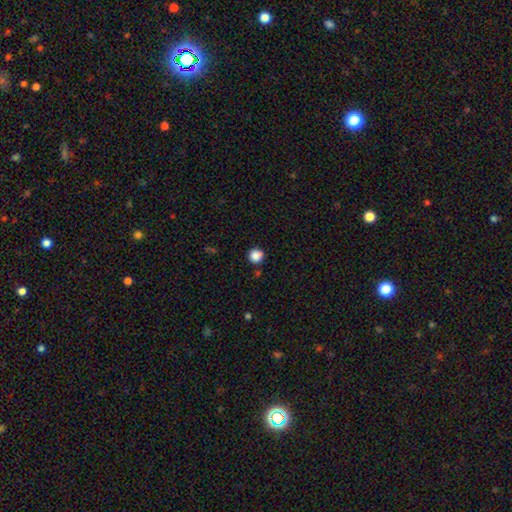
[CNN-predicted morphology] The model was most divided on "smooth or featured": smooth: 87%, star or artifact: 10%, featured or disk: 3%. More confident: how rounded — round (94%); merging — none (86%).